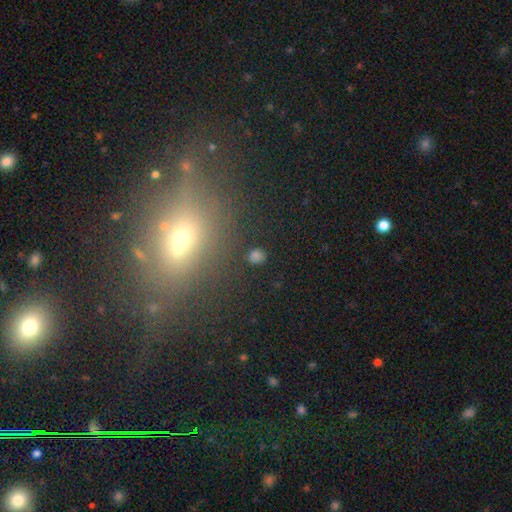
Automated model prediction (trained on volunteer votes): smooth 75%, star or artifact 19%, featured or disk 6%. Down the decision tree: how rounded — round (71%); merging — none (85%).